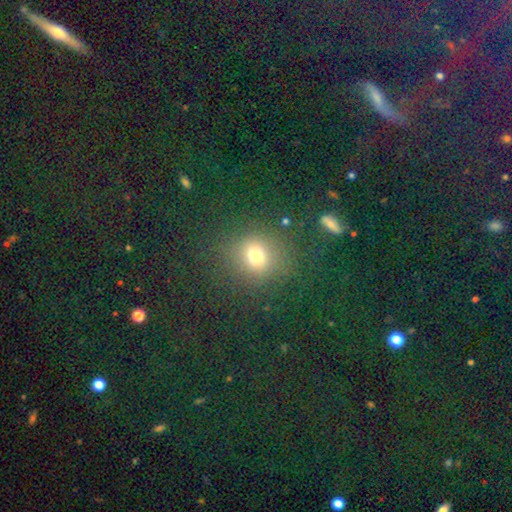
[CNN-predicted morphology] smooth 69%, star or artifact 21%, featured or disk 10%. Down the decision tree: how rounded — round (77%); merging — none (80%).